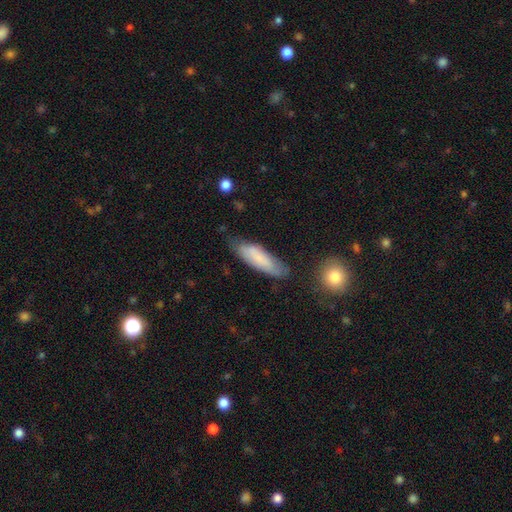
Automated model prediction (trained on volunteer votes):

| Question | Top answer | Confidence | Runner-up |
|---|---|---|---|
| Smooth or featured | smooth | 76% | featured or disk (18%) |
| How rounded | cigar-shaped | 52% | in between (47%) |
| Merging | none | 66% | minor disturbance (24%) |